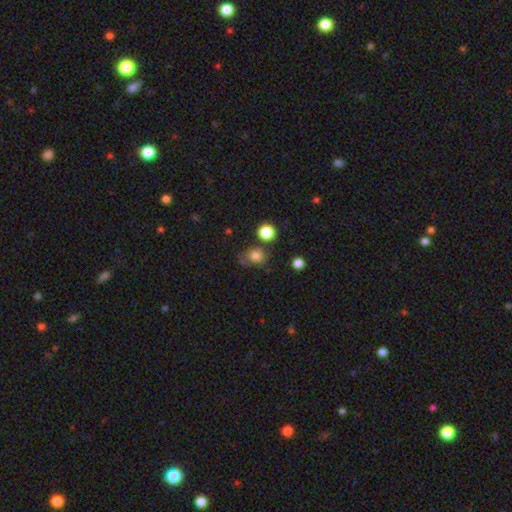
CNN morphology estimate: This is likely a smooth galaxy (78%). How rounded: likely round (66%). Merging: possibly none (58%).